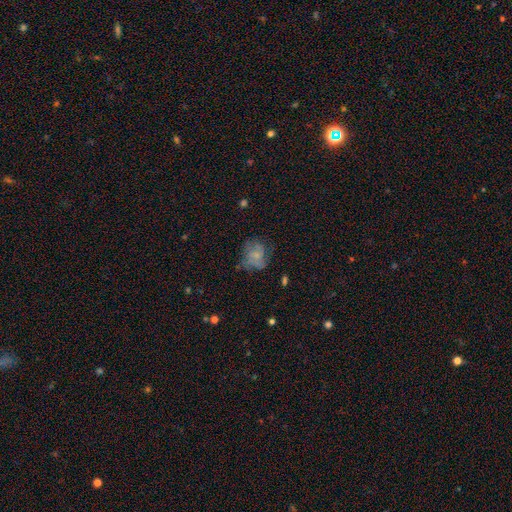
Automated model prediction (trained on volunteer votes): smooth_or_featured: smooth (p=0.51) [alt: featured or disk p=0.37]
how_rounded: round (p=0.59) [alt: in between p=0.40]
merging: none (p=0.48) [alt: minor disturbance p=0.28]